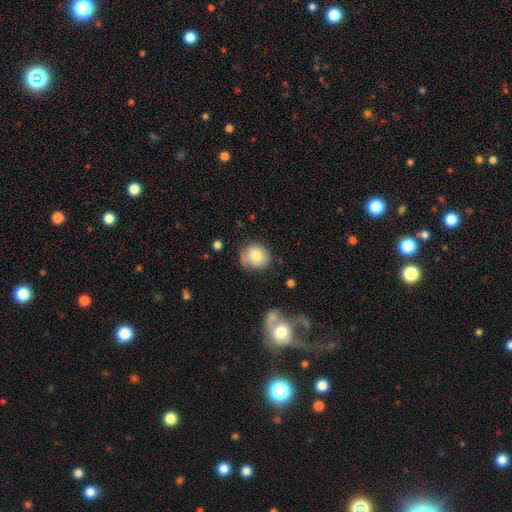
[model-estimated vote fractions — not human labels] The model was most divided on "merging": none: 69%, minor disturbance: 22%, major disturbance: 5%, merger: 3%. More confident: how rounded — round (79%); smooth or featured — smooth (78%).